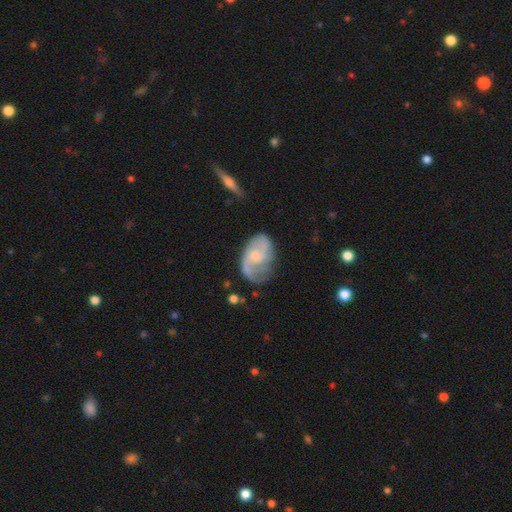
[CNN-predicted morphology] type=featured or disk (72%); edge-on=no (97%); bar=no (59%); spiral arms=yes (89%); winding=medium (43%); arm count=2 (57%); bulge=small (33%); merging=none (53%).